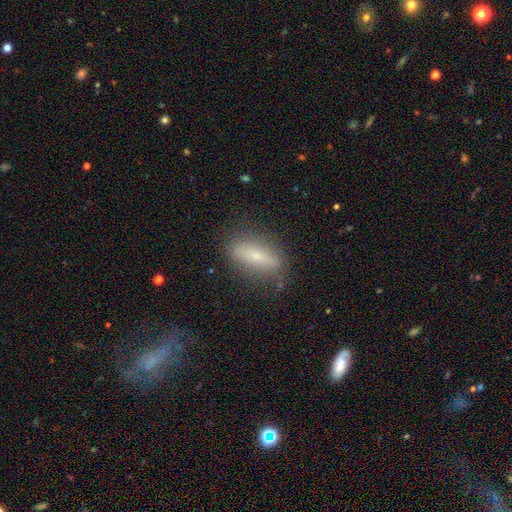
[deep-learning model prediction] smooth 58%, featured or disk 32%, star or artifact 10%. Down the decision tree: how rounded — in between (56%); merging — none (76%).